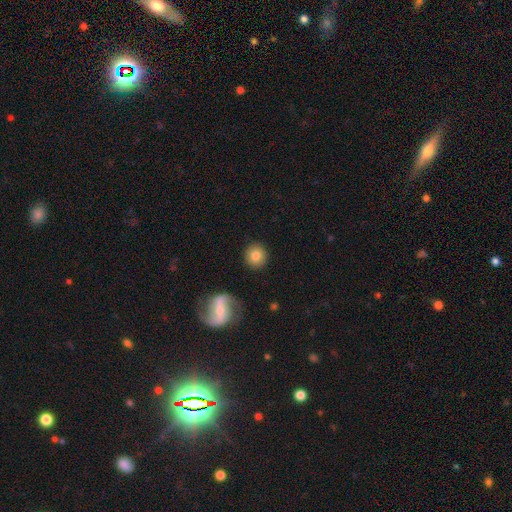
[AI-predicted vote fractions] A smooth galaxy with no disk features (78%) that is round (92%).

Vote fractions:
- Smooth or featured? smooth: 78% / featured or disk: 13% / star or artifact: 9%
- How rounded? round: 92% / in between: 7% / cigar-shaped: 1%
- Merging? none: 90% / minor disturbance: 6% / major disturbance: 2% / merger: 2%